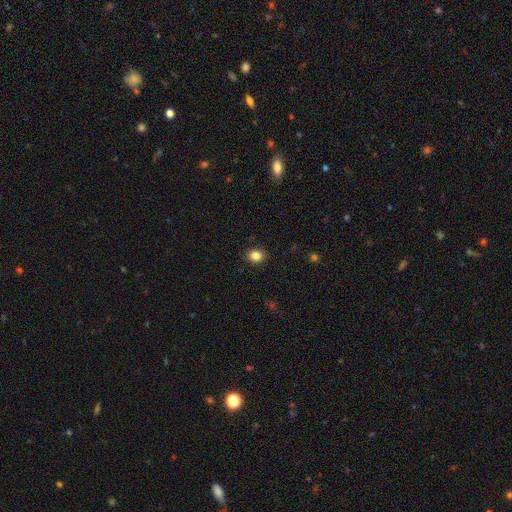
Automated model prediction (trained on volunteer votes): Morphology: type=smooth (84%); roundness=round (70%); merging=none (89%).